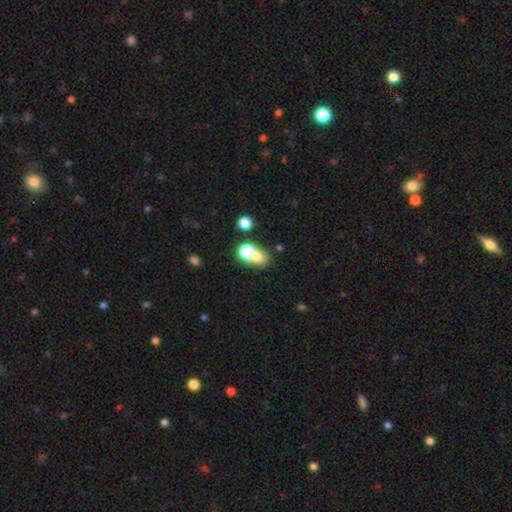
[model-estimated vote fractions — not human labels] A smooth galaxy with no disk features (67%) that is round (56%). Merging: merger (51%).